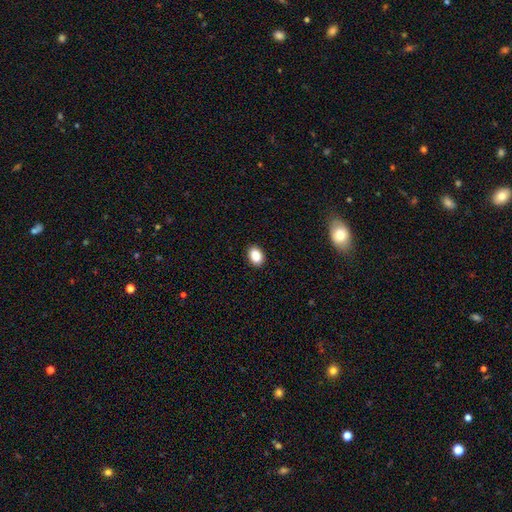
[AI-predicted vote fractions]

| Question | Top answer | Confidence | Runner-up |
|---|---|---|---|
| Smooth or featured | smooth | 88% | star or artifact (8%) |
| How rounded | in between | 74% | round (25%) |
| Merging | none | 90% | minor disturbance (7%) |